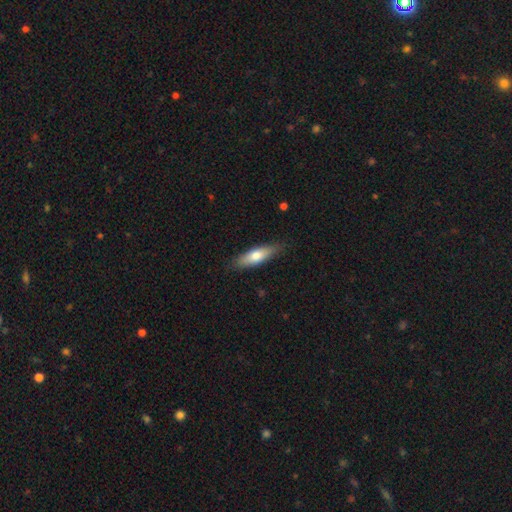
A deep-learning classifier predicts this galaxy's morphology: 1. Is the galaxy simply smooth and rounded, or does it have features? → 69% smooth, 25% featured or disk, 5% star or artifact.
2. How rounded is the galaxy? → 53% cigar-shaped, 45% in between, 2% round.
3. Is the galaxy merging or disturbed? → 84% none, 12% minor disturbance, 2% major disturbance, 1% merger.